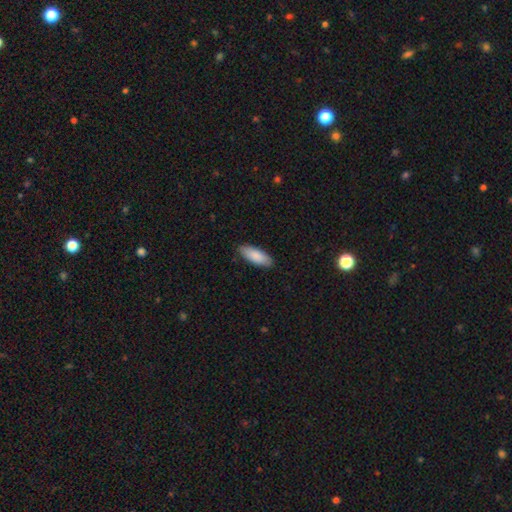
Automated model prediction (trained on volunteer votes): Overall: smooth (88%). How rounded: in between (72%). Merging: none (88%).